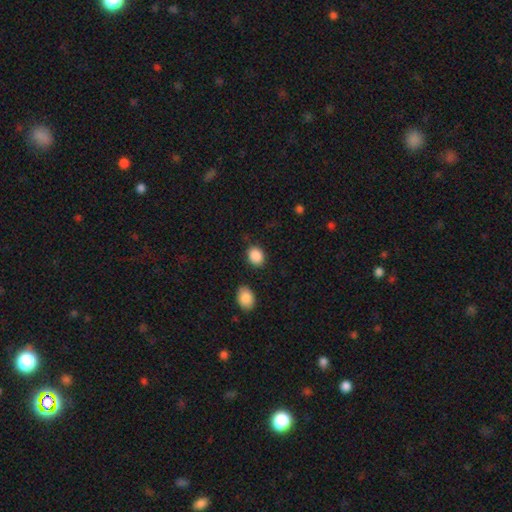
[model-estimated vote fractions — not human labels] smooth 89%, star or artifact 8%, featured or disk 3%. Down the decision tree: how rounded — in between (56%); merging — none (84%).